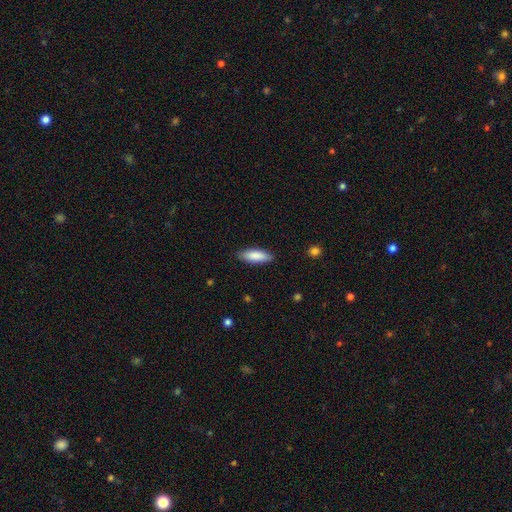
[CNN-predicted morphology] smooth 86%, featured or disk 9%, star or artifact 6%. Down the decision tree: how rounded — in between (58%); merging — none (87%).